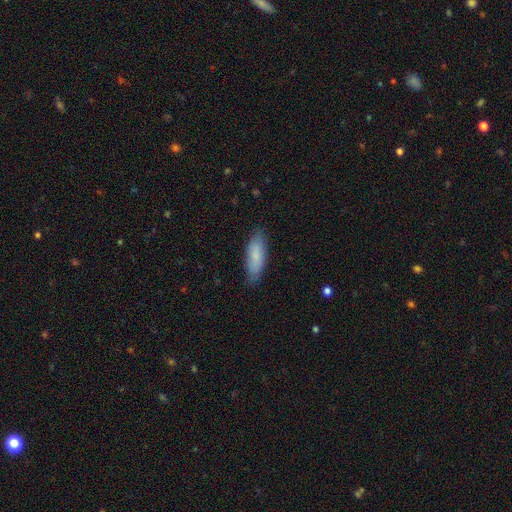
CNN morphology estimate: This is clearly a smooth galaxy (81%). How rounded: possibly in between (58%). Merging: clearly none (81%).